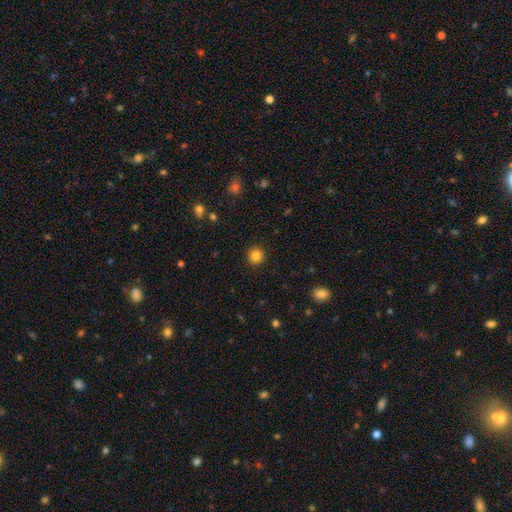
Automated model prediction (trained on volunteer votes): Q: Smooth or featured?
A: smooth (84%); runner-up: star or artifact (12%)
Q: How rounded?
A: round (93%); runner-up: in between (6%)
Q: Merging?
A: none (92%); runner-up: minor disturbance (5%)